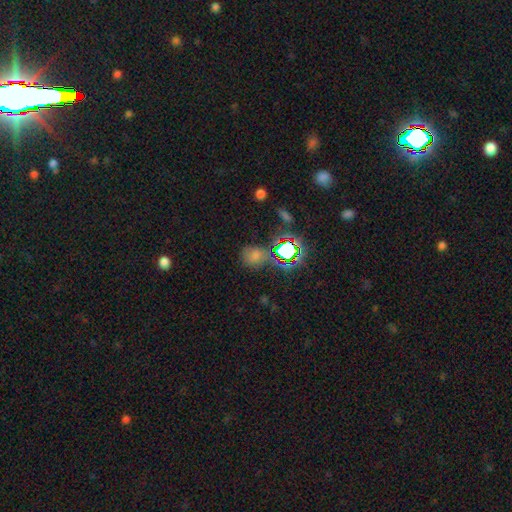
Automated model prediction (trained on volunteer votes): This is possibly a smooth galaxy (57%). How rounded: likely round (61%). Merging: likely none (62%).